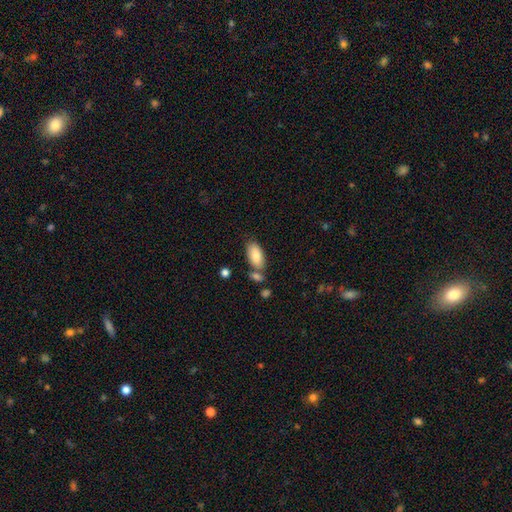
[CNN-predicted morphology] This is clearly a smooth galaxy (84%). How rounded: clearly in between (93%). Merging: likely none (66%).